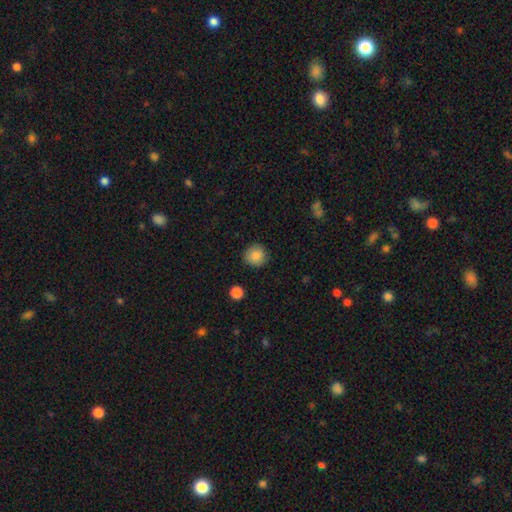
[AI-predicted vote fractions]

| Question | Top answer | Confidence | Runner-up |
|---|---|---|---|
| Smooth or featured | smooth | 85% | star or artifact (9%) |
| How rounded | round | 93% | in between (6%) |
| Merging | none | 89% | minor disturbance (8%) |